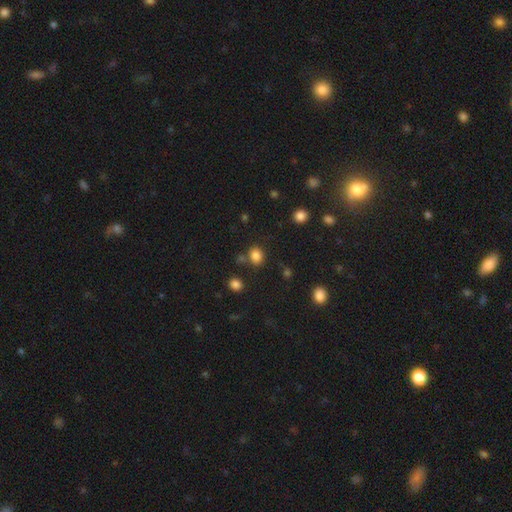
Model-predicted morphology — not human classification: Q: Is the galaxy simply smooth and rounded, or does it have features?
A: smooth — 83%.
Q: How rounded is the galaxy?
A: round — 62%.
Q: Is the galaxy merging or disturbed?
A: none — 75%.